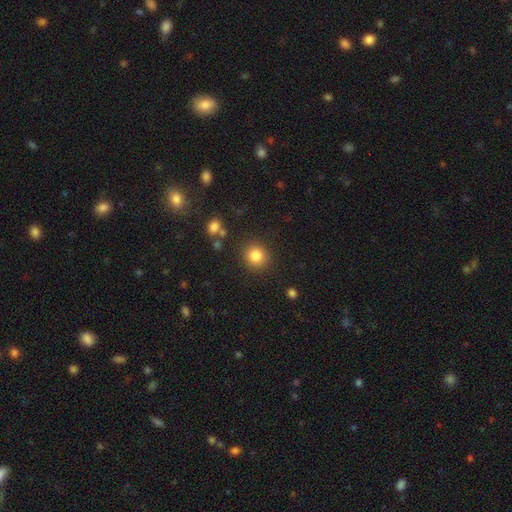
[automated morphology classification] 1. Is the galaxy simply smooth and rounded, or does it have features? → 84% smooth, 11% star or artifact, 6% featured or disk.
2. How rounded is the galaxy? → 89% round, 10% in between, 1% cigar-shaped.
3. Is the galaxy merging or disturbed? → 87% none, 8% minor disturbance, 3% major disturbance, 2% merger.